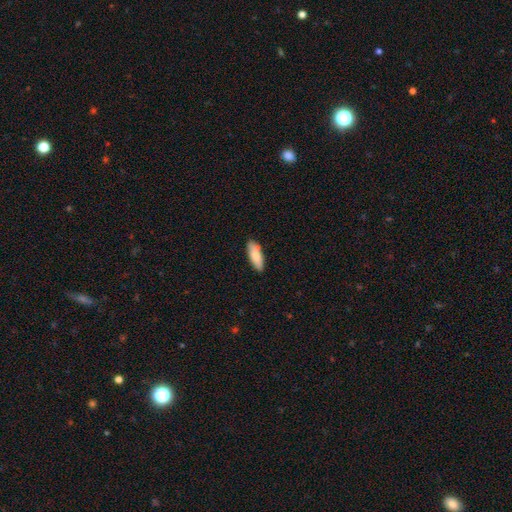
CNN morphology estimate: This appears to be a smooth galaxy with no disk features (80%) that is in between round and cigar-shaped (65%). Merging: none (80%).